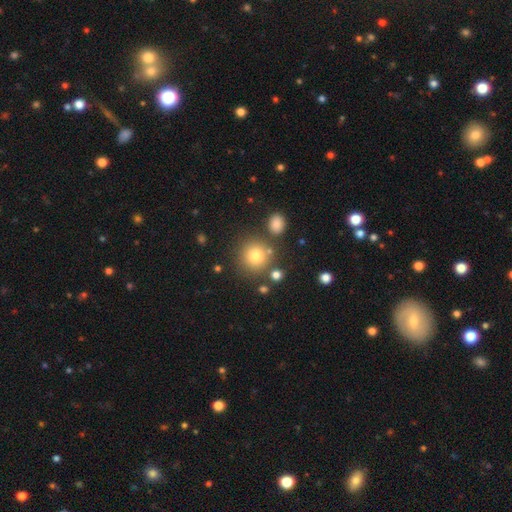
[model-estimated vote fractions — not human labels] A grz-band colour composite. It shows a smooth galaxy with no disk features (77%) that is round (93%). Merging: none (78%).